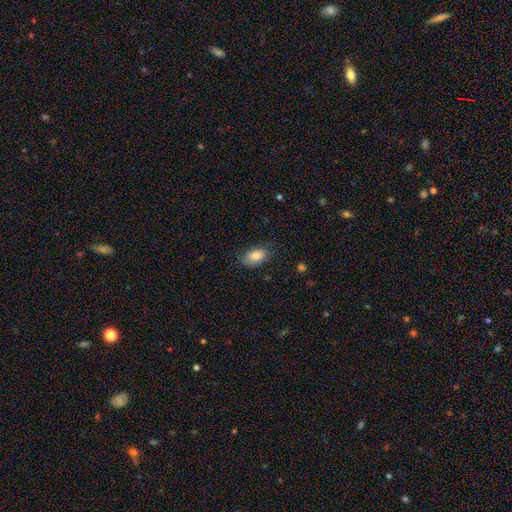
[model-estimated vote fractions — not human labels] Smooth or featured? Predicted: smooth (p=0.83). How rounded? Predicted: in between (p=0.91). Merging? Predicted: none (p=0.77).